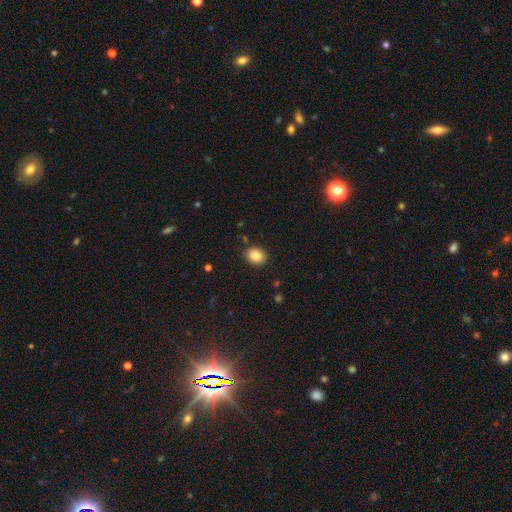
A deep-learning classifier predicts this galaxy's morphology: Q: Smooth or featured?
A: smooth (88%); runner-up: star or artifact (8%)
Q: How rounded?
A: in between (50%); runner-up: round (49%)
Q: Merging?
A: none (86%); runner-up: minor disturbance (10%)